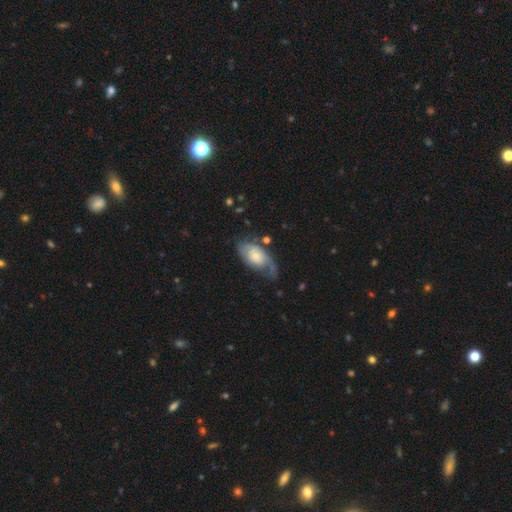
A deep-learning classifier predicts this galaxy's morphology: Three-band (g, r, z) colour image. It shows a featured or disk galaxy (58%) with no bar (75%), spiral arms (79%) and a small central bulge (36%). Merging: none (43%).